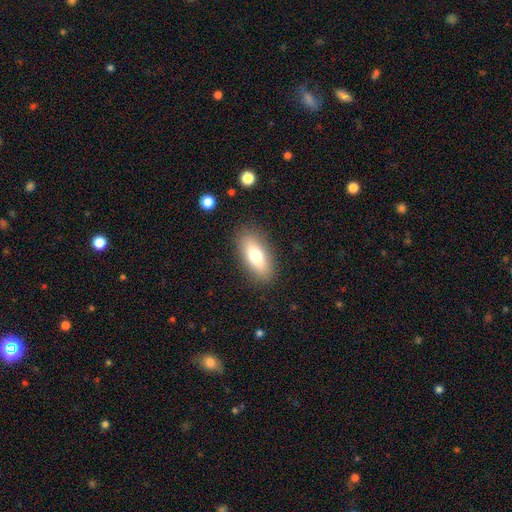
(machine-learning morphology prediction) This is likely a smooth galaxy (74%). How rounded: likely in between (78%). Merging: clearly none (86%).